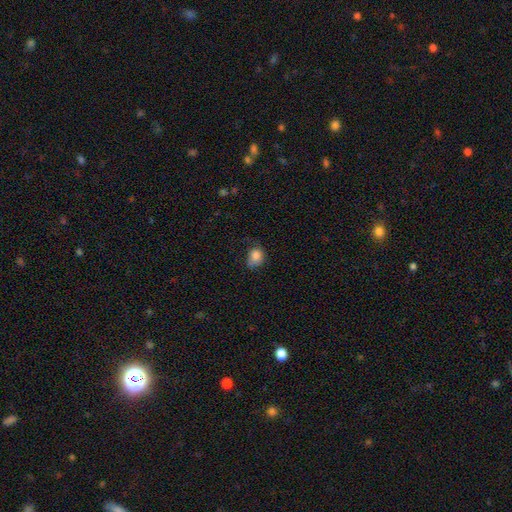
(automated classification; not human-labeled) A smooth galaxy with no disk features (83%) that is round (54%). Merging: none (47%).